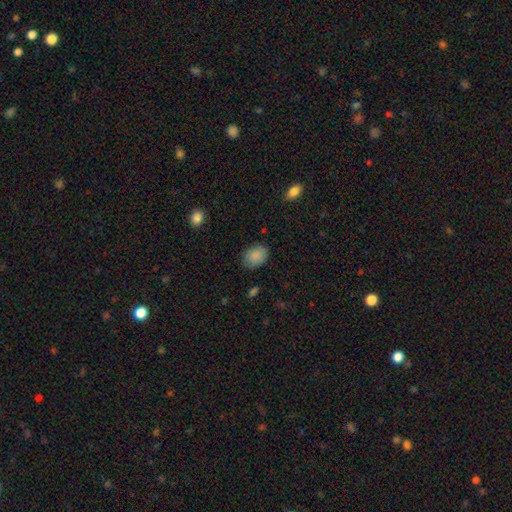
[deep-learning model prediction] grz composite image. It shows a smooth galaxy with no disk features (87%) that is in between round and cigar-shaped (68%). Merging: none (79%).